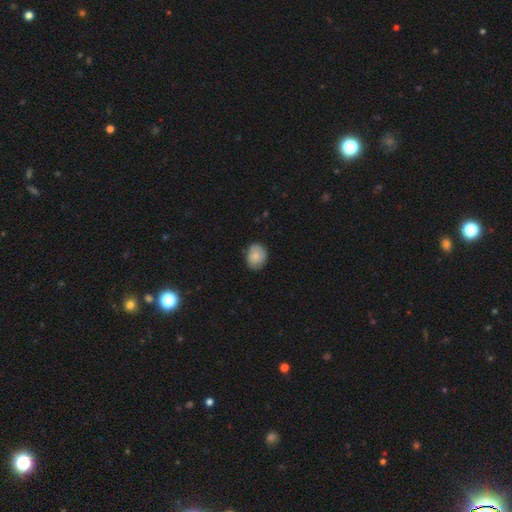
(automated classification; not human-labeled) Overall: smooth (74%). How rounded: round (51%; in between 48%). Merging: none (76%).